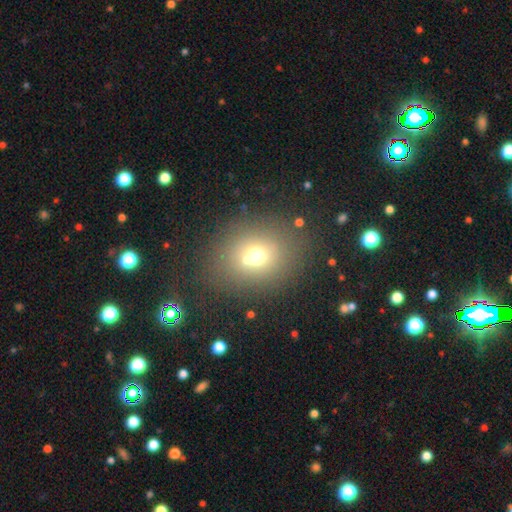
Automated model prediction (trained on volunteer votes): This appears to be a smooth galaxy with no disk features (65%) that is round (66%). Merging: none (64%).